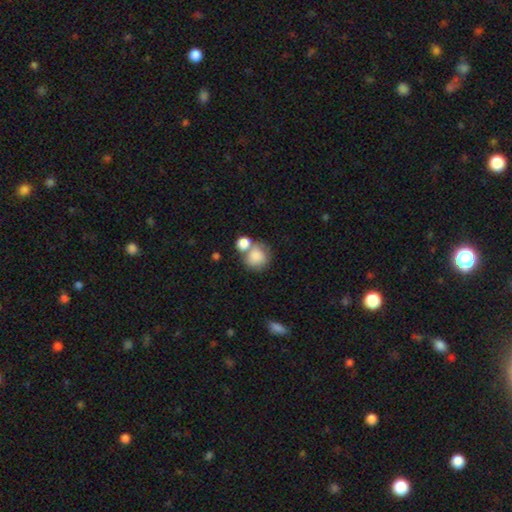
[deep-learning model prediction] A smooth galaxy with no disk features (82%) that is round (77%). Merging: merger (42%).